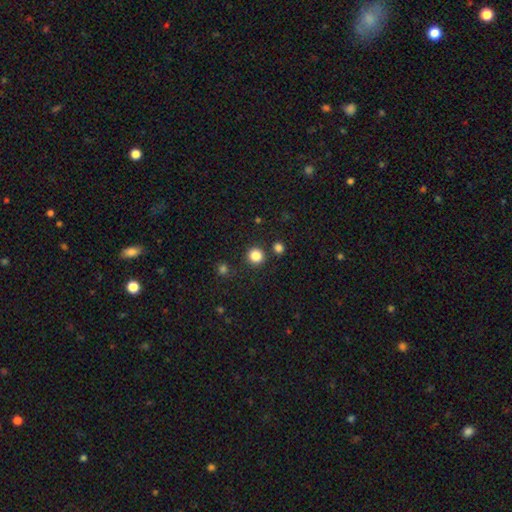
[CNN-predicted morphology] smooth_or_featured: smooth (p=0.85) [alt: star or artifact p=0.12]
how_rounded: round (p=0.94) [alt: in between p=0.05]
merging: none (p=0.88) [alt: minor disturbance p=0.05]